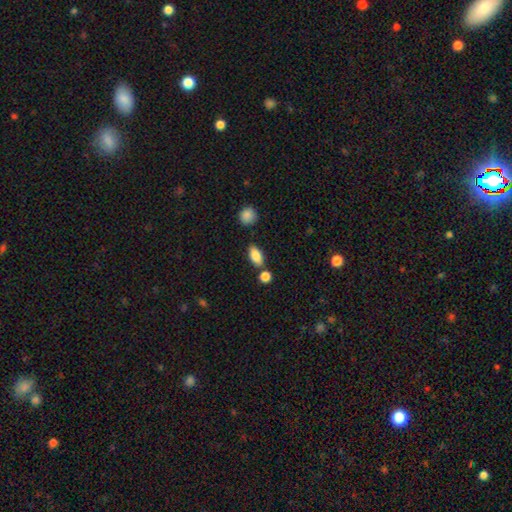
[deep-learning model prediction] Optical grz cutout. It shows a smooth galaxy with no disk features (84%) that is in between round and cigar-shaped (88%). Merging: none (74%).